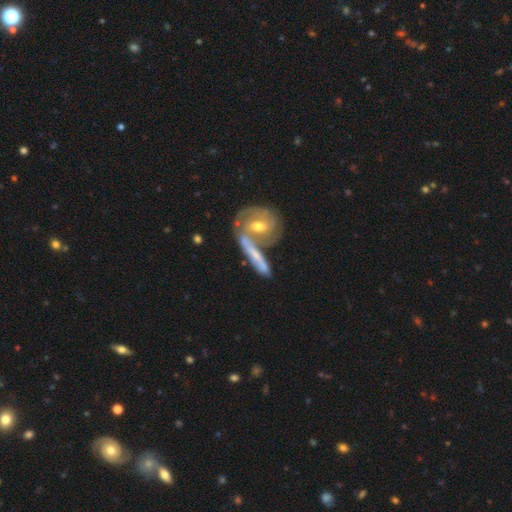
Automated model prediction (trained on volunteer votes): Smooth or featured?
  - featured or disk: 60% *
  - smooth: 33%
  - star or artifact: 7%
Edge-on disk?
  - no: 68% *
  - yes: 32%
Merging?
  - merger: 44% *
  - none: 37%
  - minor disturbance: 12%
  - major disturbance: 6%